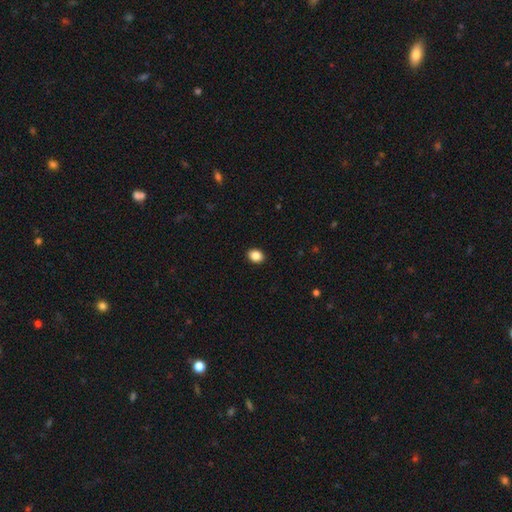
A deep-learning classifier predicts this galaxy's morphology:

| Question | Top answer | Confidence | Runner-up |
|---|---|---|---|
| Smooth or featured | smooth | 87% | star or artifact (9%) |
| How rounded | in between | 54% | round (45%) |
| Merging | none | 92% | minor disturbance (6%) |